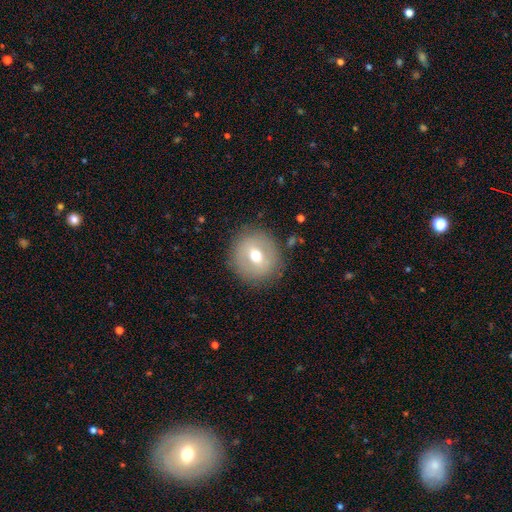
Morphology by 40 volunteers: Smooth or featured? smooth (62%)
How rounded? round (92%)
Merging? none (81%)